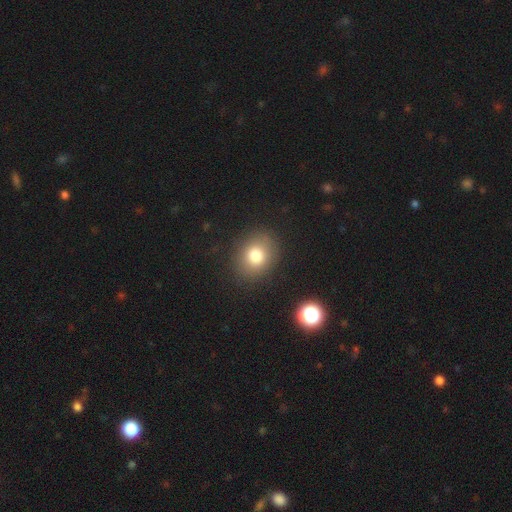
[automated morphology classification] Smooth or featured? smooth (79%)
How rounded? round (57%)
Merging? none (86%)